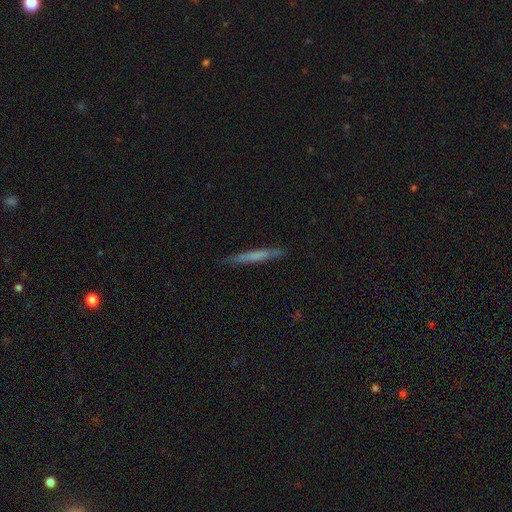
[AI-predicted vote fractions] Overall: smooth (60%; featured or disk 33%). How rounded: cigar-shaped (96%). Merging: none (86%).